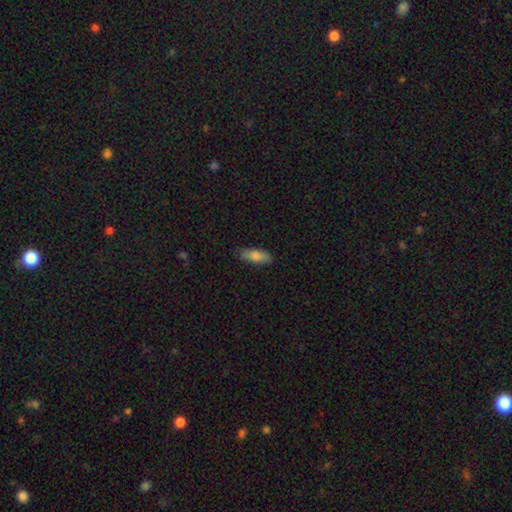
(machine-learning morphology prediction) Overall: smooth (79%). How rounded: in between (67%; cigar-shaped 31%). Merging: none (82%).